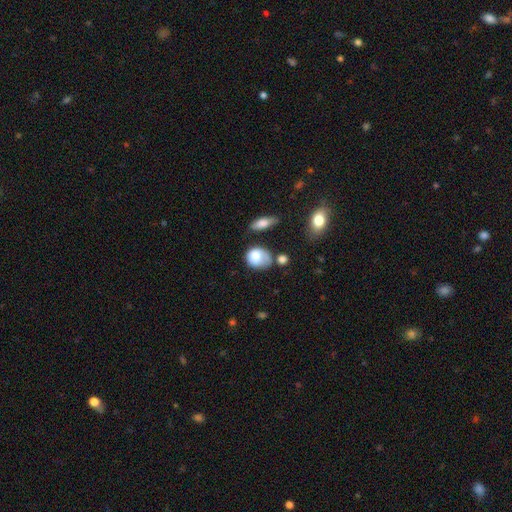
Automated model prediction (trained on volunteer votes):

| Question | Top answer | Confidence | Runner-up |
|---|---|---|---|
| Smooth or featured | smooth | 74% | featured or disk (18%) |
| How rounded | round | 49% | tied: in between (49%) |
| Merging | none | 35% | minor disturbance (32%) |